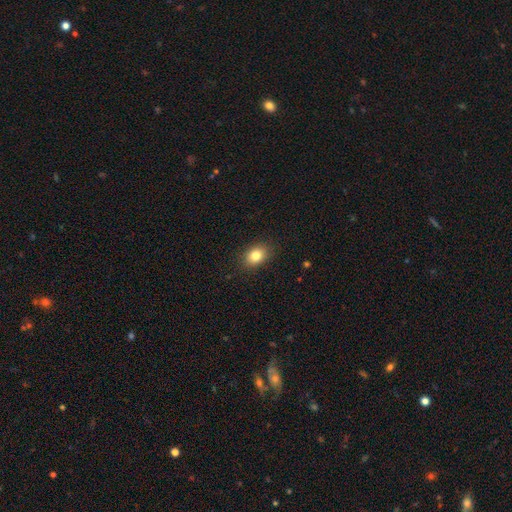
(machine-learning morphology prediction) A smooth galaxy with no disk features (82%) that is in between round and cigar-shaped (68%).

Vote fractions:
- Smooth or featured? smooth: 82% / star or artifact: 10% / featured or disk: 8%
- How rounded? in between: 68% / round: 31% / cigar-shaped: 1%
- Merging? none: 87% / minor disturbance: 10% / major disturbance: 2% / merger: 1%